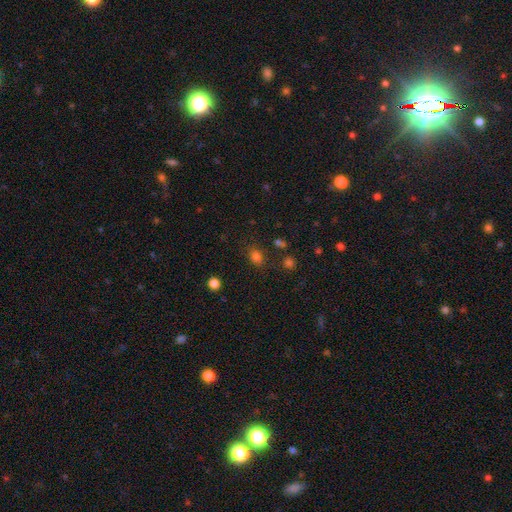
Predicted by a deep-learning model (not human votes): Smooth or featured?
  - smooth: 79% *
  - star or artifact: 15%
  - featured or disk: 6%
How rounded?
  - in between: 60% *
  - round: 39%
  - cigar-shaped: 1%
Merging?
  - none: 79% *
  - minor disturbance: 13%
  - major disturbance: 4%
  - merger: 4%